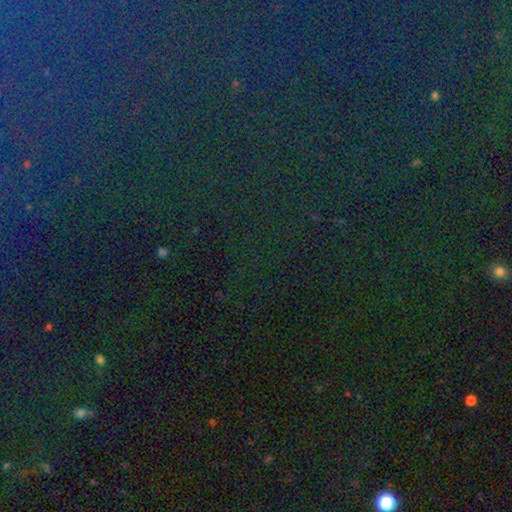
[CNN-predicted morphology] Smooth or featured? Predicted: star or artifact (p=0.82).